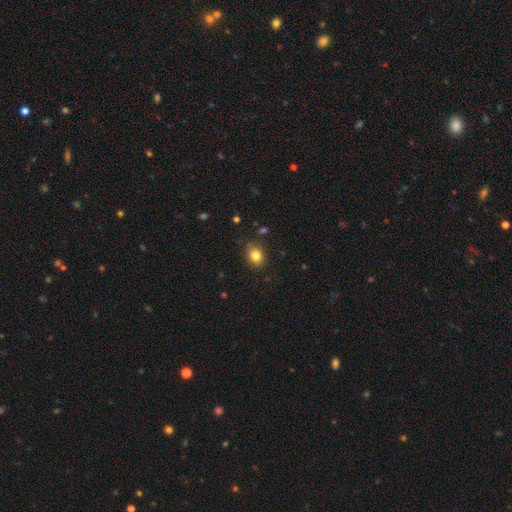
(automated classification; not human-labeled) smooth-or-featured: smooth: 82% | star or artifact: 10% | featured or disk: 8%
  how-rounded: in between: 55% | round: 45% | cigar-shaped: 1%
  merging: none: 83% | minor disturbance: 12% | major disturbance: 3% | merger: 2%